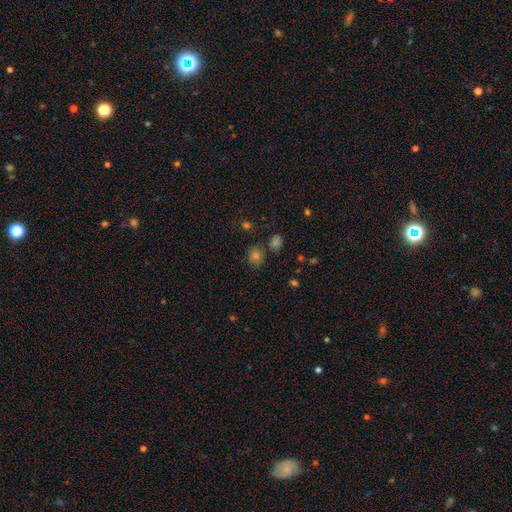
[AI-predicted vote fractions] The model was most divided on "smooth or featured": smooth: 66%, star or artifact: 26%, featured or disk: 8%. More confident: merging — none (77%); how rounded — round (73%).